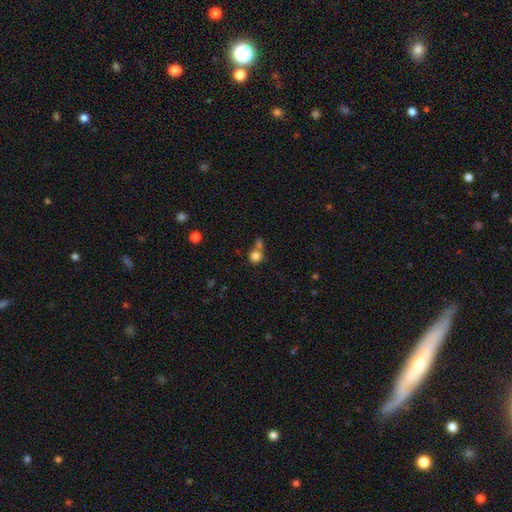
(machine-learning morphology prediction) A smooth galaxy with no disk features (82%) that is round (89%).

Vote fractions:
- Smooth or featured? smooth: 82% / star or artifact: 12% / featured or disk: 6%
- How rounded? round: 89% / in between: 10% / cigar-shaped: 1%
- Merging? none: 51% / merger: 37% / minor disturbance: 8% / major disturbance: 4%